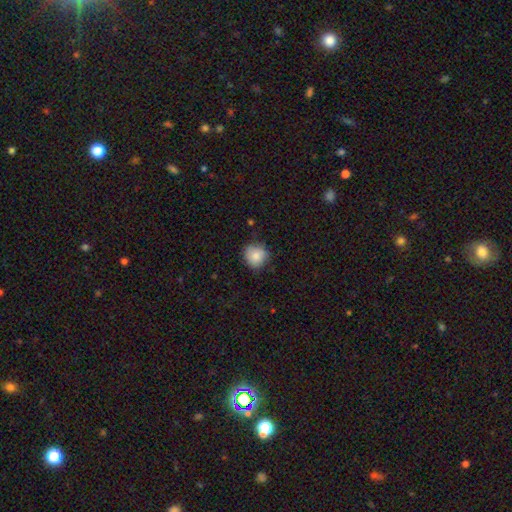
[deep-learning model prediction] This is clearly a smooth galaxy (85%). How rounded: clearly round (88%). Merging: clearly none (80%).